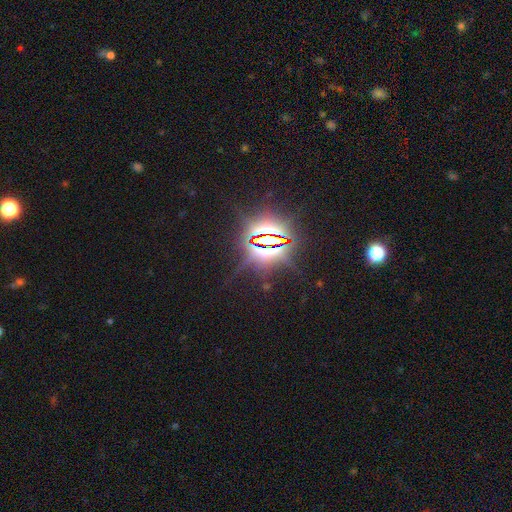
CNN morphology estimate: Smooth or featured?
  - star or artifact: 86% *
  - featured or disk: 7%
  - smooth: 7%